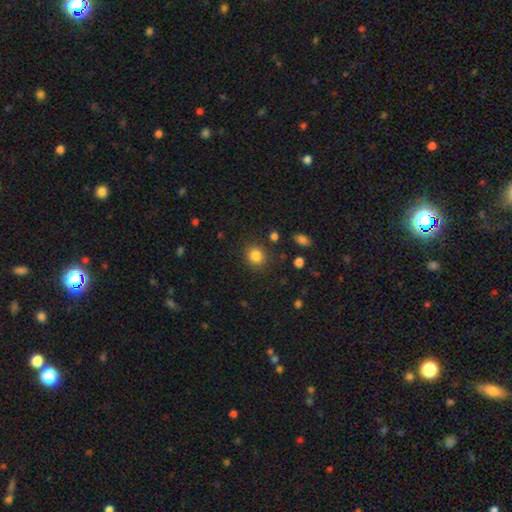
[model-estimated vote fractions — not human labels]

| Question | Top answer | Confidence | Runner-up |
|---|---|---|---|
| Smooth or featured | smooth | 84% | star or artifact (11%) |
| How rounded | round | 79% | in between (20%) |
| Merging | none | 84% | minor disturbance (9%) |